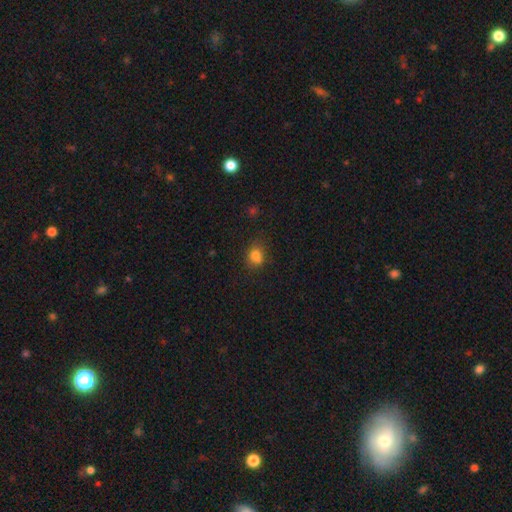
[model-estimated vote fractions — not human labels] The model was most divided on "how rounded": round: 55%, in between: 44%, cigar-shaped: 1%. More confident: smooth or featured — smooth (78%); merging — none (54%).